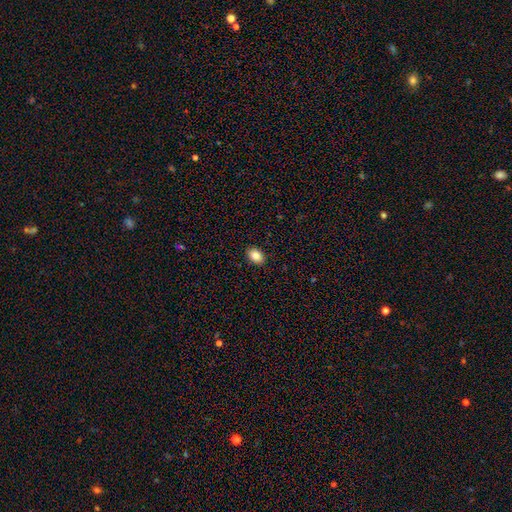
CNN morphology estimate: Q: Smooth or featured?
A: smooth (85%); runner-up: star or artifact (9%)
Q: How rounded?
A: in between (76%); runner-up: round (23%)
Q: Merging?
A: none (90%); runner-up: minor disturbance (7%)